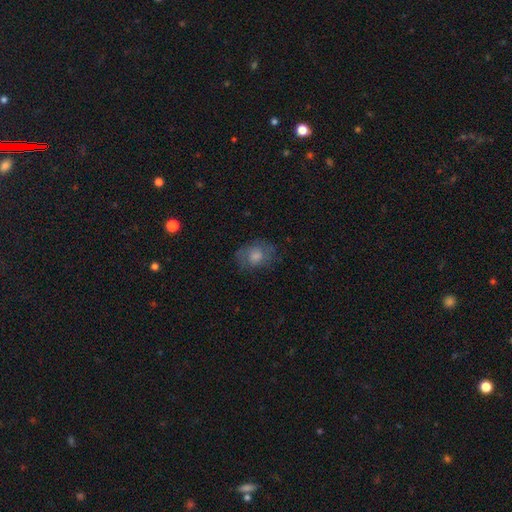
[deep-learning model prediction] A smooth galaxy with no disk features (51%) that is in between round and cigar-shaped (53%). Merging: none (72%).